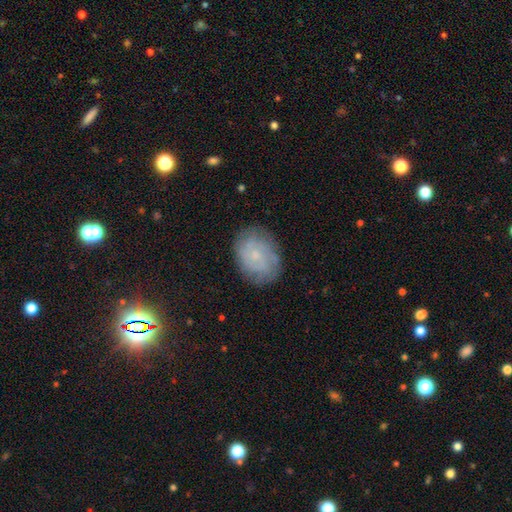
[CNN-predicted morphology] A featured or disk galaxy (52%) with no bar (77%), spiral arms (79%) and a small central bulge (70%). Merging: none (78%).